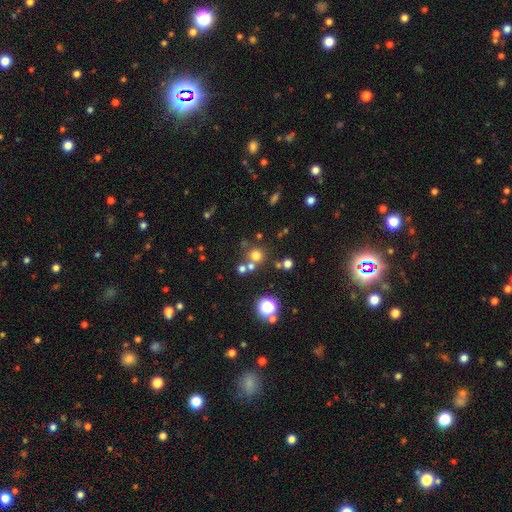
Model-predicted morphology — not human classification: Overall: smooth (66%). How rounded: round (91%). Merging: none (69%).